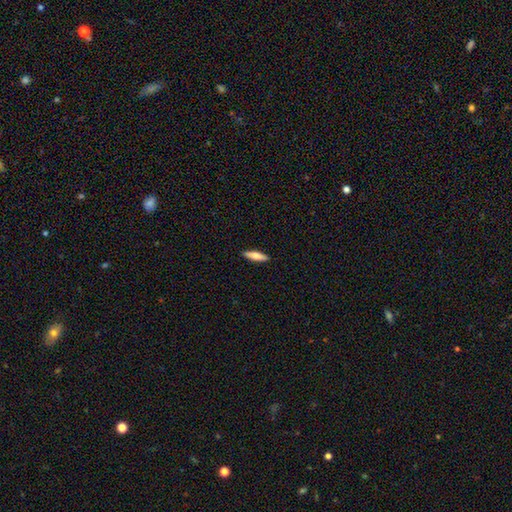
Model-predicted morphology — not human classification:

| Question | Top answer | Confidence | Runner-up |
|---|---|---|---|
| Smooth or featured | smooth | 64% | featured or disk (30%) |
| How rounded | cigar-shaped | 71% | in between (27%) |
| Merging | none | 91% | minor disturbance (6%) |